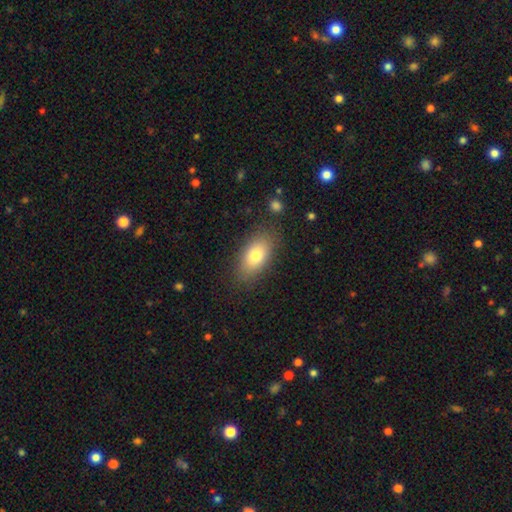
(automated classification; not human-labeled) Q: Smooth or featured?
A: smooth (77%); runner-up: featured or disk (15%)
Q: How rounded?
A: in between (89%); runner-up: round (6%)
Q: Merging?
A: none (83%); runner-up: minor disturbance (11%)